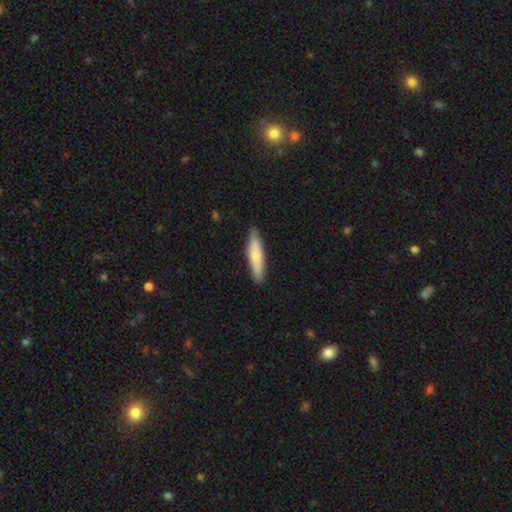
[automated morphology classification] Overall: smooth (69%). How rounded: cigar-shaped (83%). Merging: none (86%).